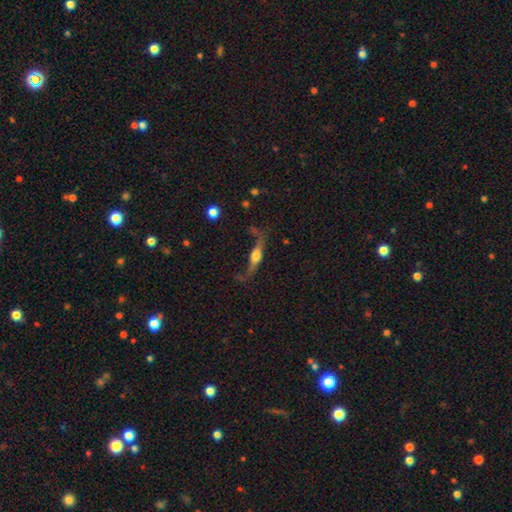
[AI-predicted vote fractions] smooth_or_featured: featured or disk (p=0.62) [alt: smooth p=0.31]
disk_edge_on: yes (p=0.75) [alt: no p=0.25]
merging: none (p=0.48) [alt: minor disturbance p=0.23]